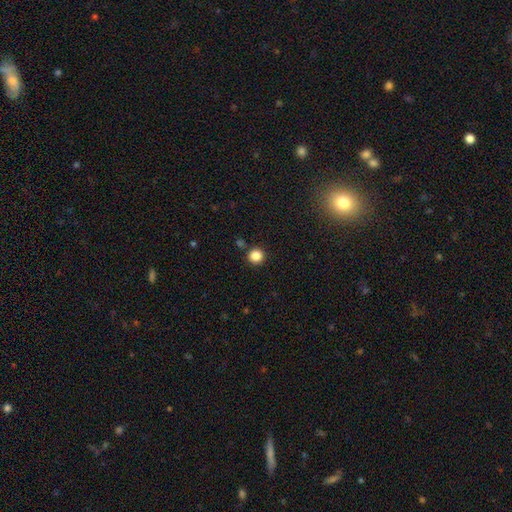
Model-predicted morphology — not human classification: Smooth or featured?
  - smooth: 85% *
  - star or artifact: 12%
  - featured or disk: 3%
How rounded?
  - round: 95% *
  - in between: 4%
  - cigar-shaped: 1%
Merging?
  - none: 89% *
  - minor disturbance: 6%
  - merger: 4%
  - major disturbance: 2%